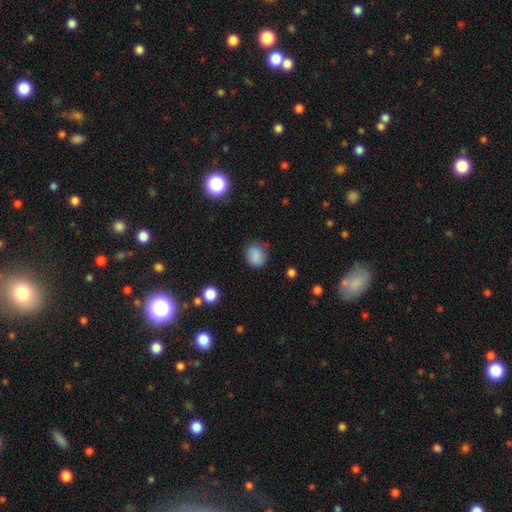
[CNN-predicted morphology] A smooth galaxy with no disk features (83%) that is round (70%). Merging: none (74%).